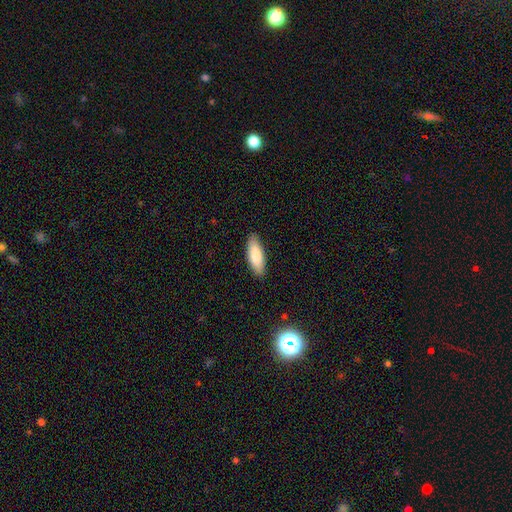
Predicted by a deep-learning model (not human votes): Morphology: type=smooth (88%); roundness=in between (67%); merging=none (88%).